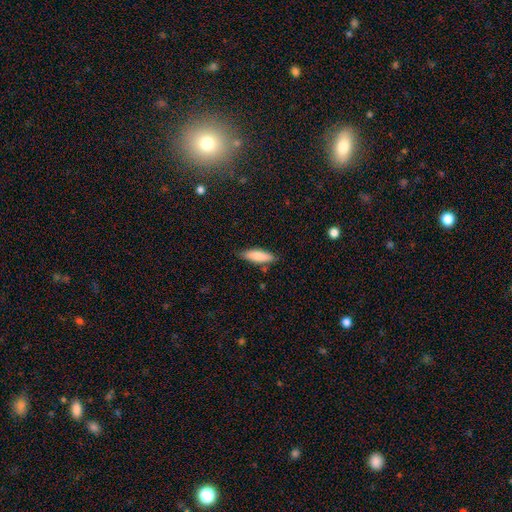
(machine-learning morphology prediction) smooth-or-featured: smooth: 83% | featured or disk: 12% | star or artifact: 6%
  how-rounded: cigar-shaped: 50% | in between: 48% | round: 2%
  merging: none: 80% | minor disturbance: 15% | major disturbance: 3% | merger: 2%